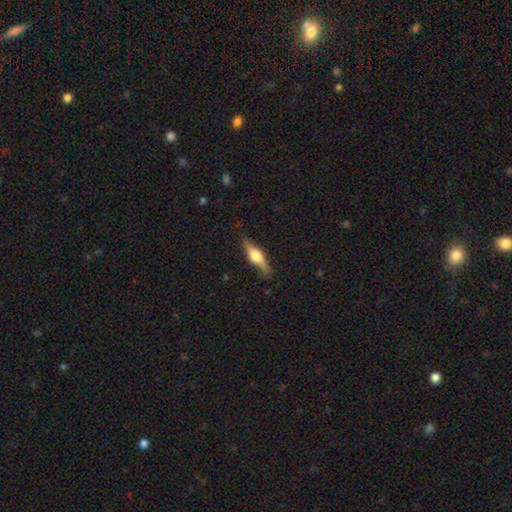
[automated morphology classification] type=featured or disk (69%); edge-on=yes (95%); edge-on bulge=rounded (93%); merging=none (85%).